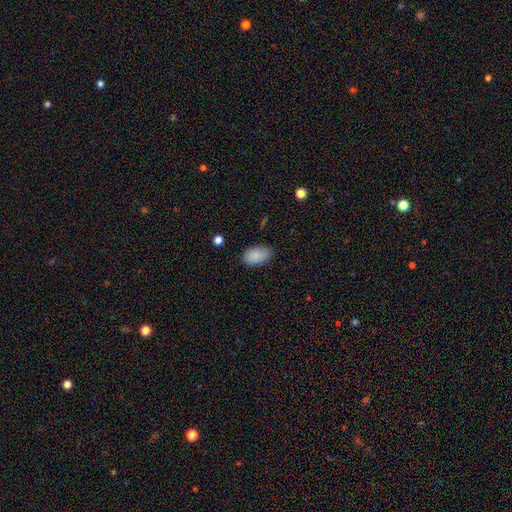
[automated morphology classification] A smooth galaxy with no disk features (87%) that is in between round and cigar-shaped (93%). Merging: none (81%).